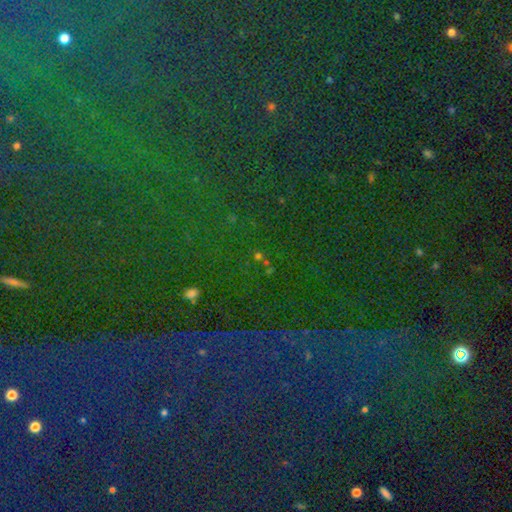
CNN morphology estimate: Smooth or featured? Predicted: star or artifact (p=0.83).